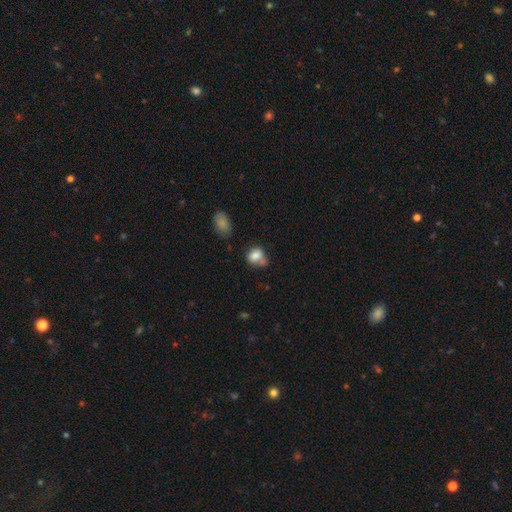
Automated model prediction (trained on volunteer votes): smooth_or_featured: smooth (p=0.79) [alt: featured or disk p=0.11]
how_rounded: in between (p=0.55) [alt: round p=0.44]
merging: none (p=0.39) [alt: merger p=0.27]